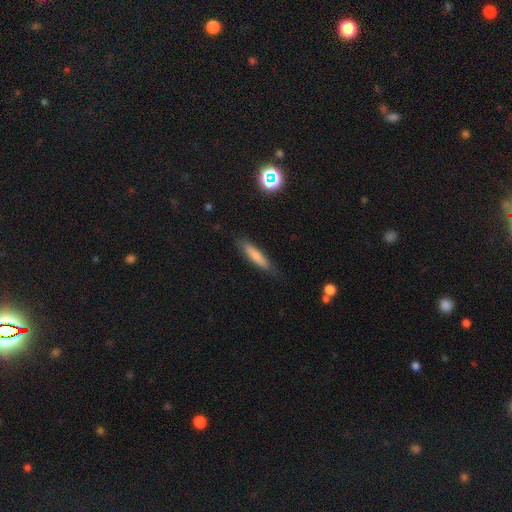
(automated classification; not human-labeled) Smooth or featured? smooth (73%)
How rounded? cigar-shaped (80%)
Merging? none (81%)